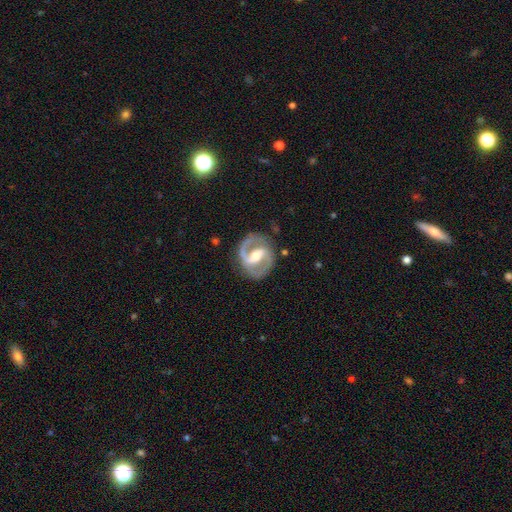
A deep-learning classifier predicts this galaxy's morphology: Smooth or featured?
  - featured or disk: 90% *
  - smooth: 6%
  - star or artifact: 4%
Edge-on disk?
  - no: 98% *
  - yes: 2%
Bar?
  - strong: 51% *
  - weak: 37%
  - no: 12%
Spiral arms?
  - yes: 96% *
  - no: 4%
Spiral winding?
  - medium: 58% *
  - tight: 27%
  - loose: 15%
Spiral arm count?
  - 2: 92% *
  - 1: 3%
  - can't tell: 2%
  - 3: 1%
  - 4: 1%
  - more than 4: 1%
Bulge size?
  - moderate: 67% *
  - small: 22%
  - large: 8%
  - none: 1%
  - dominant: 1%
Merging?
  - none: 83% *
  - minor disturbance: 11%
  - major disturbance: 4%
  - merger: 1%